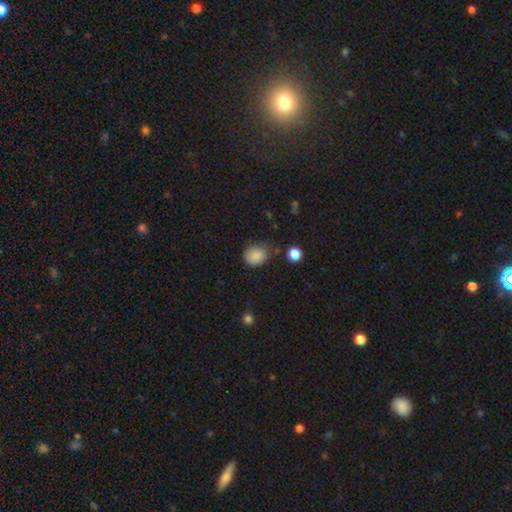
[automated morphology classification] A smooth galaxy with no disk features (86%) that is round (65%). Merging: none (65%).